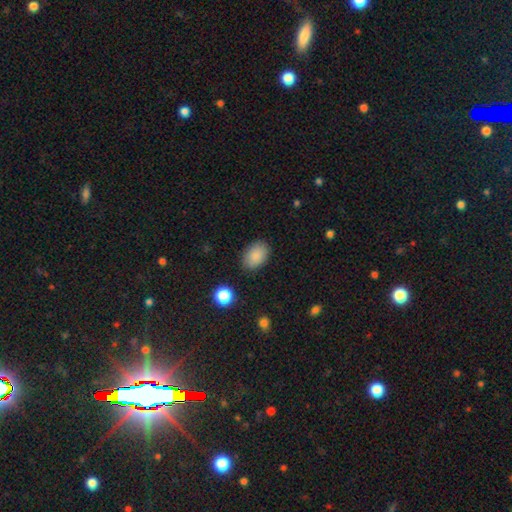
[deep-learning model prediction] A smooth galaxy with no disk features (87%) that is in between round and cigar-shaped (85%). Merging: none (86%).